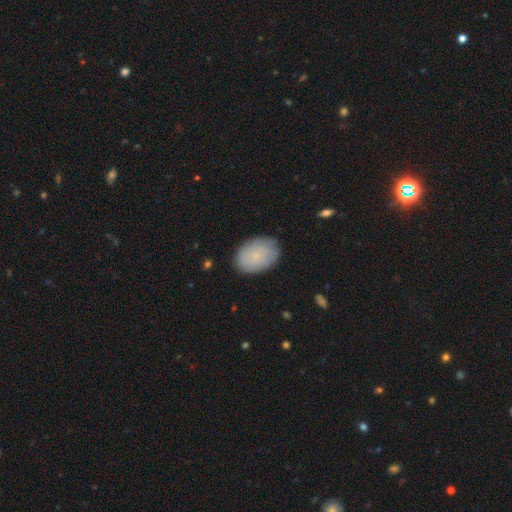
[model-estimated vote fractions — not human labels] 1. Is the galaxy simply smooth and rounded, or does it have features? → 78% smooth, 15% featured or disk, 7% star or artifact.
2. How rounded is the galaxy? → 81% in between, 18% round, 1% cigar-shaped.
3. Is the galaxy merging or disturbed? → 81% none, 15% minor disturbance, 3% major disturbance, 1% merger.